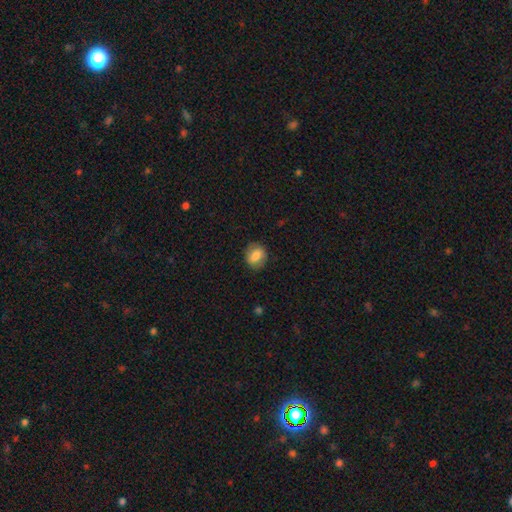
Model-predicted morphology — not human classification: This appears to be a smooth galaxy with no disk features (72%) that is round (54%). Merging: none (82%).